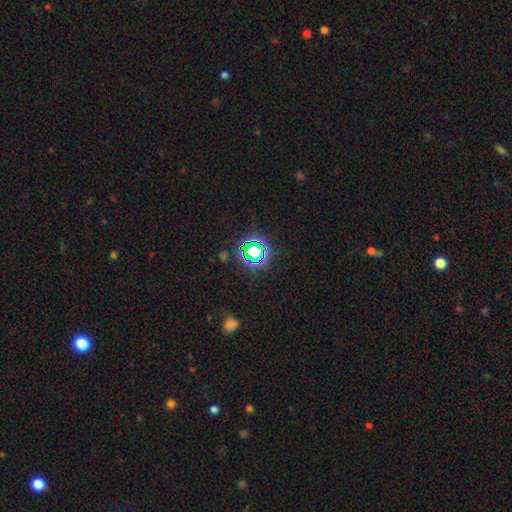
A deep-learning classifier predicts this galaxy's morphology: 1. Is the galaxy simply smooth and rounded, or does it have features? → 72% star or artifact, 19% smooth, 9% featured or disk.